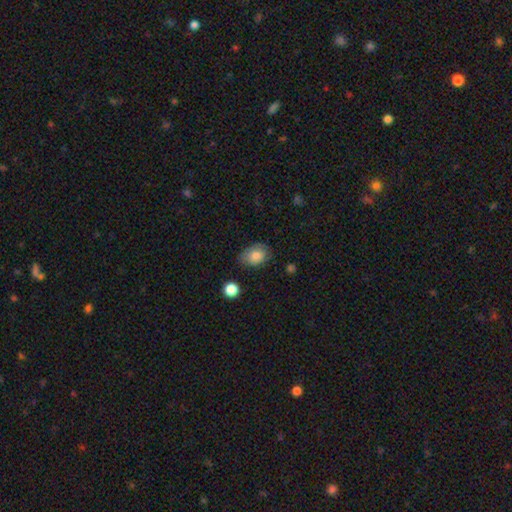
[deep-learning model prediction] A smooth galaxy with no disk features (80%) that is in between round and cigar-shaped (77%). Merging: none (64%).